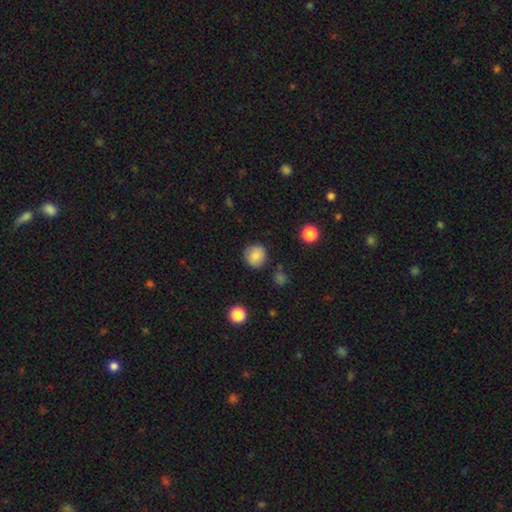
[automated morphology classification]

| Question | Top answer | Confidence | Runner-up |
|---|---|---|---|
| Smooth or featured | smooth | 84% | star or artifact (9%) |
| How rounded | round | 92% | in between (7%) |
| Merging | none | 86% | minor disturbance (10%) |